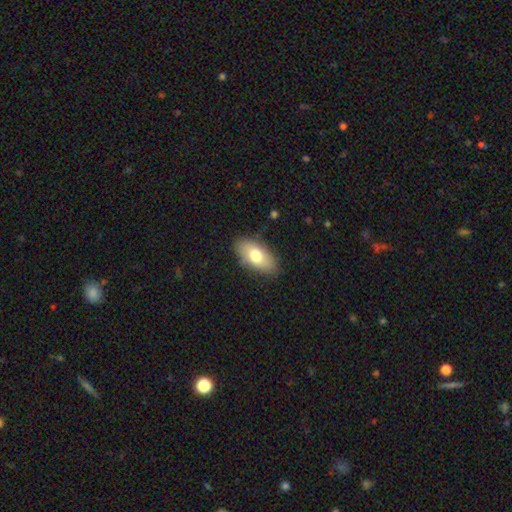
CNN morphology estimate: Q: Smooth or featured?
A: smooth (72%); runner-up: featured or disk (21%)
Q: How rounded?
A: in between (91%); runner-up: cigar-shaped (5%)
Q: Merging?
A: none (84%); runner-up: minor disturbance (12%)